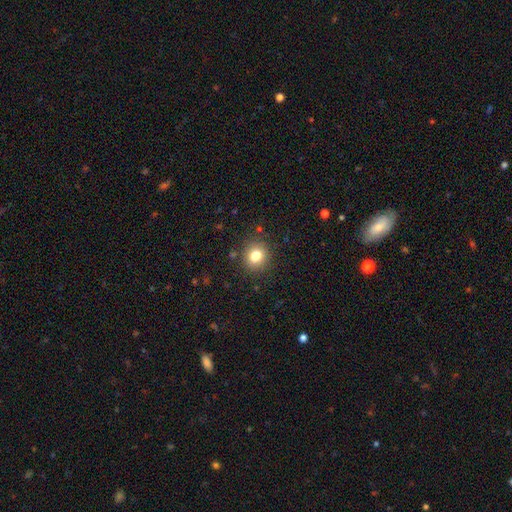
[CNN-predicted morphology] Overall: smooth (79%). How rounded: round (83%). Merging: none (88%).